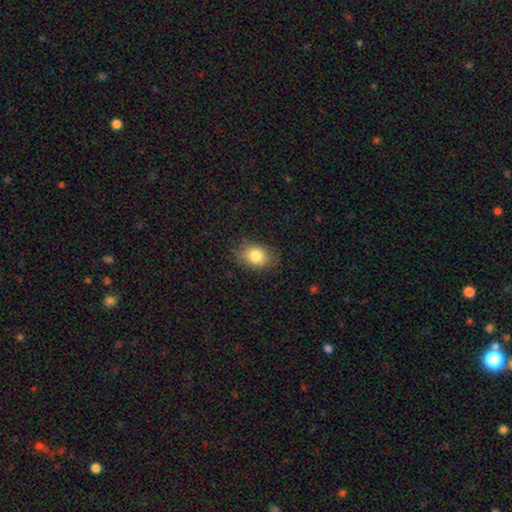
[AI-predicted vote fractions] A smooth galaxy with no disk features (83%) that is in between round and cigar-shaped (73%).

Vote fractions:
- Smooth or featured? smooth: 83% / featured or disk: 9% / star or artifact: 9%
- How rounded? in between: 73% / round: 25% / cigar-shaped: 1%
- Merging? none: 82% / minor disturbance: 14% / major disturbance: 4% / merger: 1%